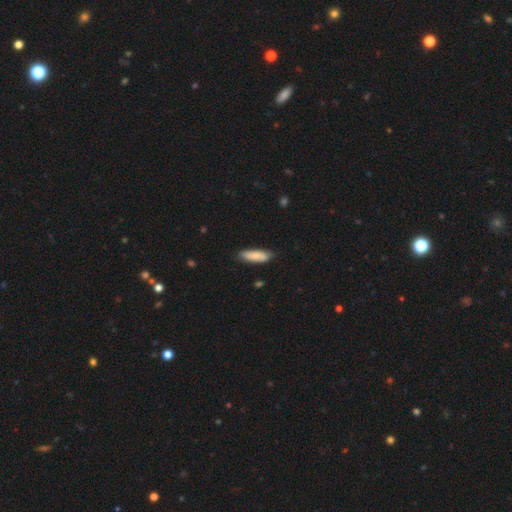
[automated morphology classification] This appears to be a smooth galaxy with no disk features (80%) that is cigar-shaped (51%). Merging: none (80%).